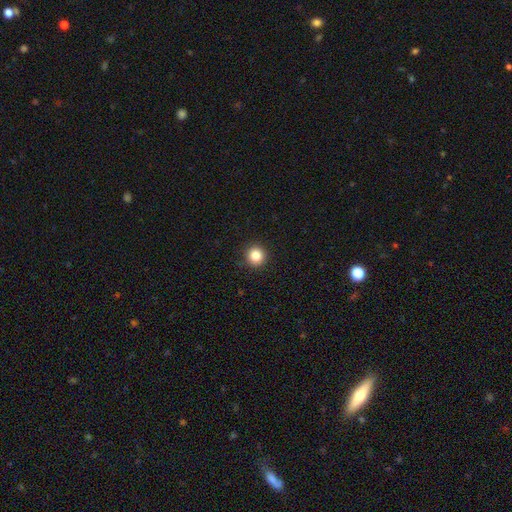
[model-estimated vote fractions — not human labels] Smooth or featured: smooth — 84% (star or artifact — 11%)
How rounded: round — 95% (in between — 4%)
Merging: none — 92% (minor disturbance — 5%)